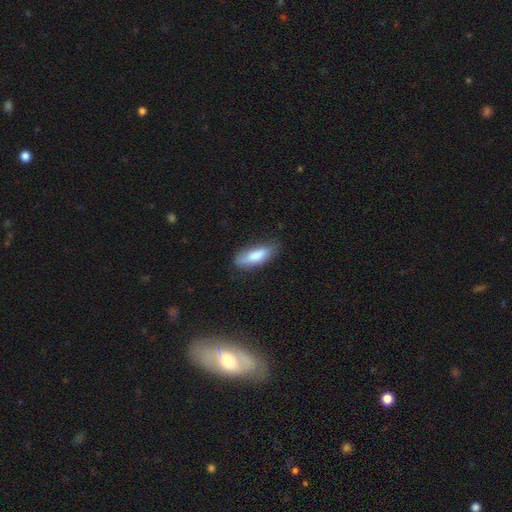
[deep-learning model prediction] A smooth galaxy with no disk features (82%) that is in between round and cigar-shaped (64%). Merging: none (69%).